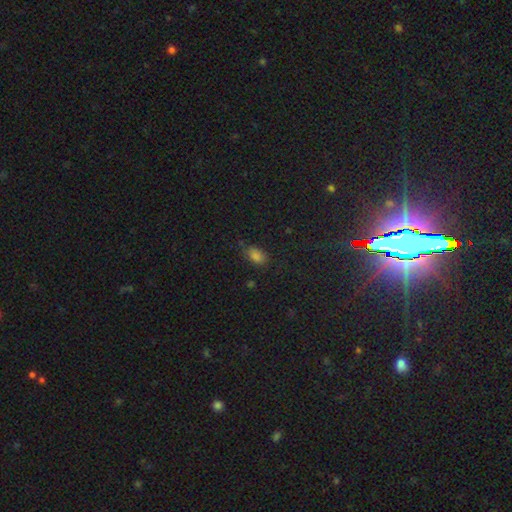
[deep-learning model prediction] This appears to be a smooth galaxy with no disk features (78%) that is in between round and cigar-shaped (88%). Merging: none (69%).